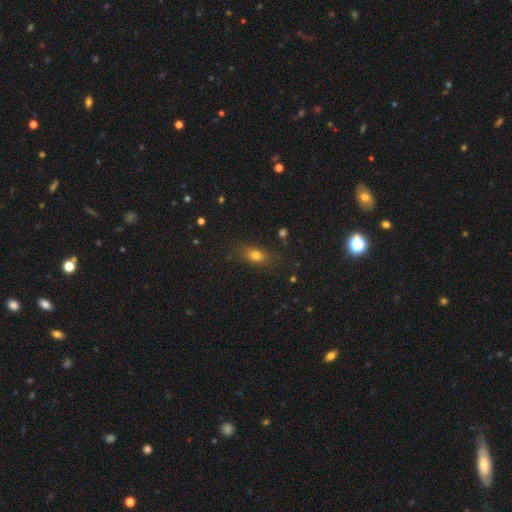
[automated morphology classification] Smooth or featured: smooth — 74% (star or artifact — 14%)
How rounded: in between — 73% (round — 16%)
Merging: none — 80% (minor disturbance — 14%)